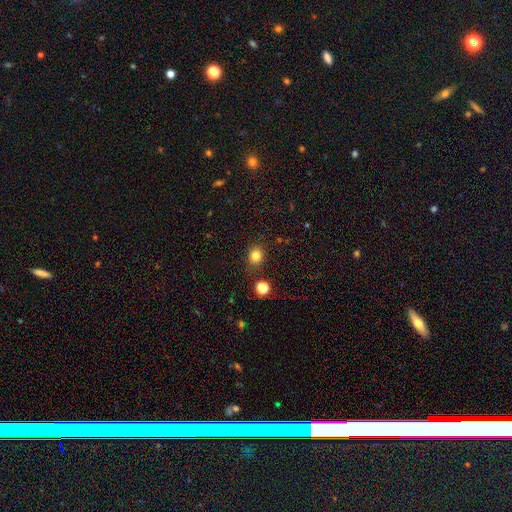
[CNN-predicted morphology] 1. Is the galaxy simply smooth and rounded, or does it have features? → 81% smooth, 13% star or artifact, 6% featured or disk.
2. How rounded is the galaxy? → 75% round, 24% in between, 1% cigar-shaped.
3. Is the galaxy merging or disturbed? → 84% none, 10% minor disturbance, 3% merger, 3% major disturbance.